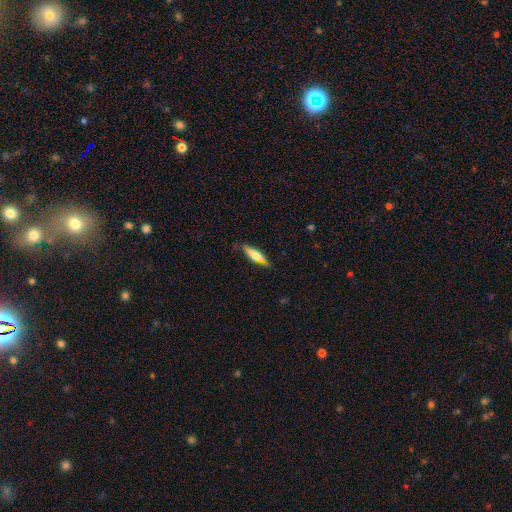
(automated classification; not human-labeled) smooth-or-featured: smooth: 52% | featured or disk: 42% | star or artifact: 6%
  how-rounded: cigar-shaped: 71% | in between: 27% | round: 2%
  merging: none: 81% | minor disturbance: 14% | major disturbance: 3% | merger: 2%